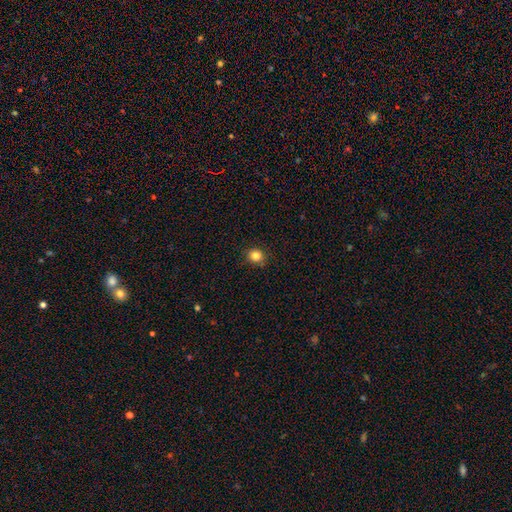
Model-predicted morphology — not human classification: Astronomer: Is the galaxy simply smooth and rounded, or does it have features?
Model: smooth — 83%.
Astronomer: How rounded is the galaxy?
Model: round — 82%.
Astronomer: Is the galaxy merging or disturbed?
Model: none — 88%.